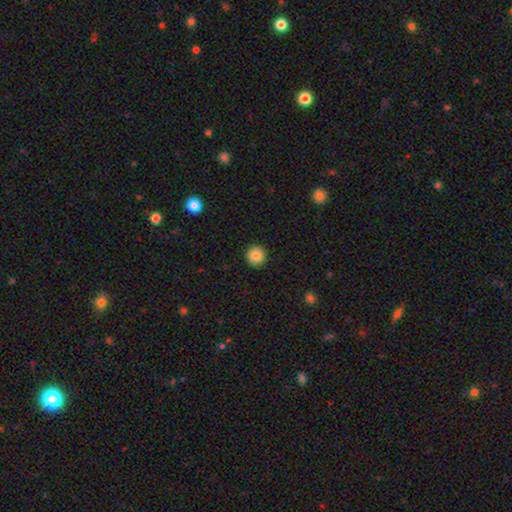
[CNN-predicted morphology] This appears to be a smooth galaxy with no disk features (85%) that is round (95%). Merging: none (93%).